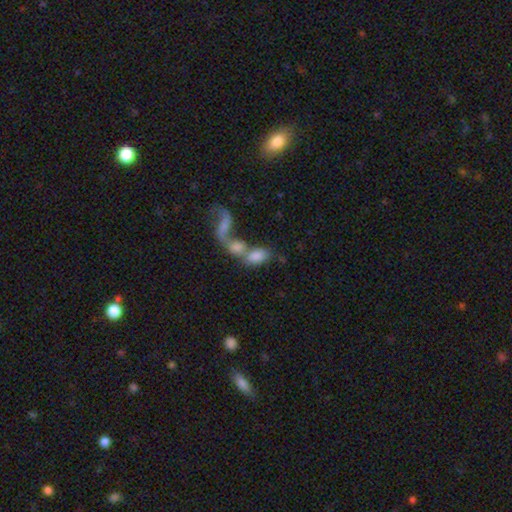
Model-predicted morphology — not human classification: smooth_or_featured: smooth (p=0.69) [alt: featured or disk p=0.22]
how_rounded: in between (p=0.87) [alt: round p=0.08]
merging: merger (p=0.66) [alt: none p=0.19]